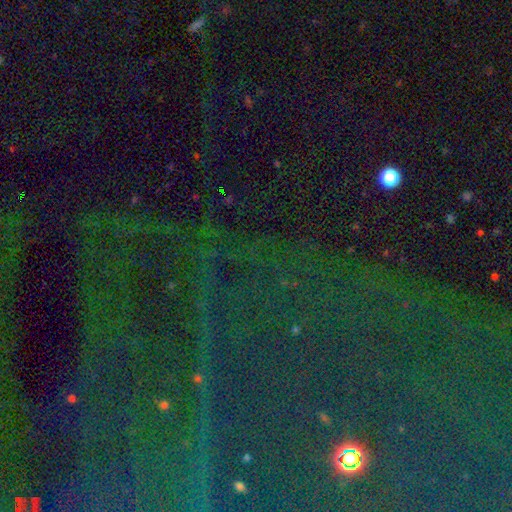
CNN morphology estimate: A star or artifact, not a galaxy (84%).